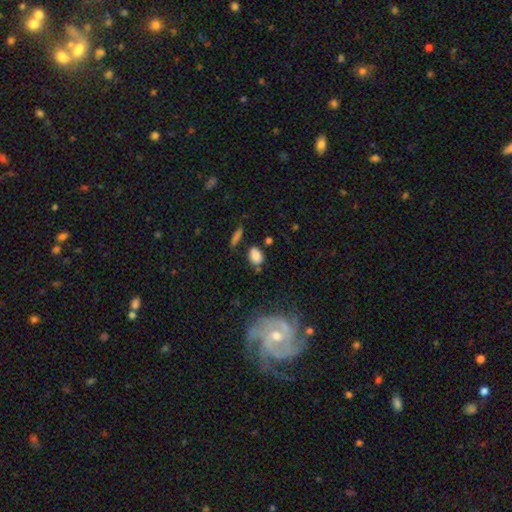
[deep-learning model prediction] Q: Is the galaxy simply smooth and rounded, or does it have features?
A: smooth — 82%.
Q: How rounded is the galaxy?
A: in between — 73%.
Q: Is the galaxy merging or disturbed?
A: none — 67%.